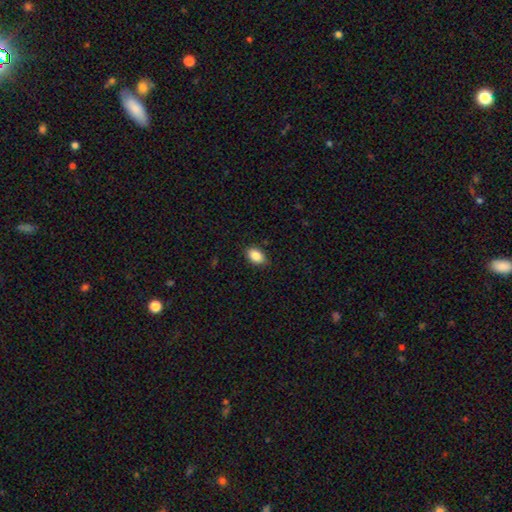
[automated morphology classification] Smooth or featured?
  - smooth: 87% *
  - star or artifact: 8%
  - featured or disk: 5%
How rounded?
  - in between: 89% *
  - round: 9%
  - cigar-shaped: 2%
Merging?
  - none: 83% *
  - minor disturbance: 13%
  - major disturbance: 2%
  - merger: 1%